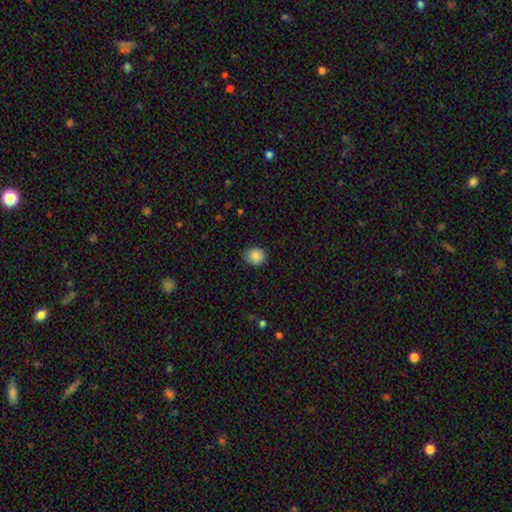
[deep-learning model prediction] Smooth or featured? Predicted: smooth (p=0.86). How rounded? Predicted: round (p=0.73). Merging? Predicted: none (p=0.79).